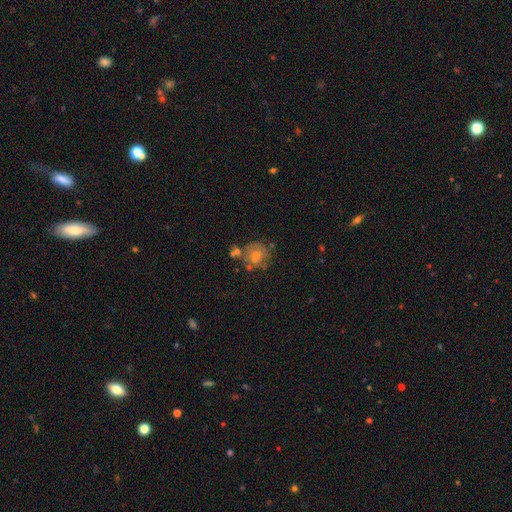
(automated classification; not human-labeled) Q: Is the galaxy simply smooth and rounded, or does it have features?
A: smooth — 49%.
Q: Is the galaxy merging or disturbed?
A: none — 53%.